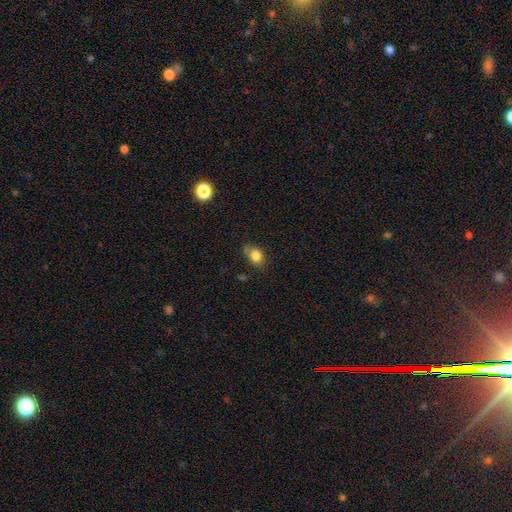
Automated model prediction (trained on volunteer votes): A smooth galaxy with no disk features (83%) that is in between round and cigar-shaped (71%). Merging: none (66%).